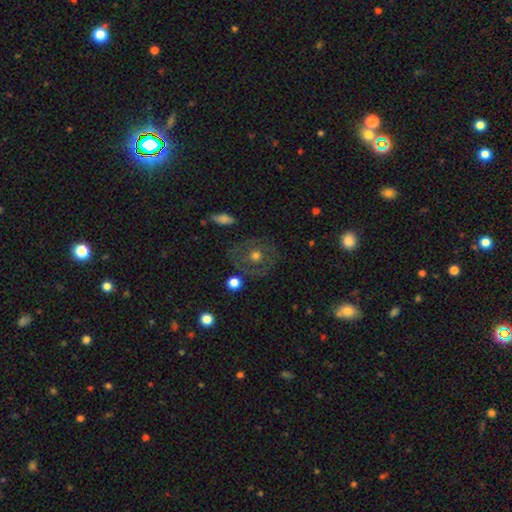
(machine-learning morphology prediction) Smooth or featured? Predicted: smooth (p=0.45). Merging? Predicted: none (p=0.75).